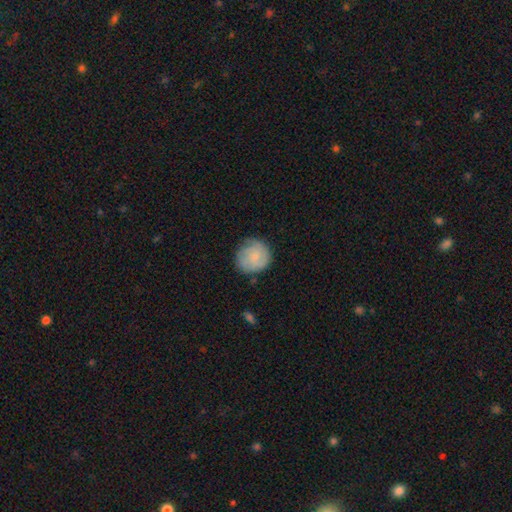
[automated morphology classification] Smooth or featured?
  - featured or disk: 49% *
  - smooth: 44%
  - star or artifact: 7%
Merging?
  - none: 73% *
  - minor disturbance: 19%
  - major disturbance: 6%
  - merger: 2%